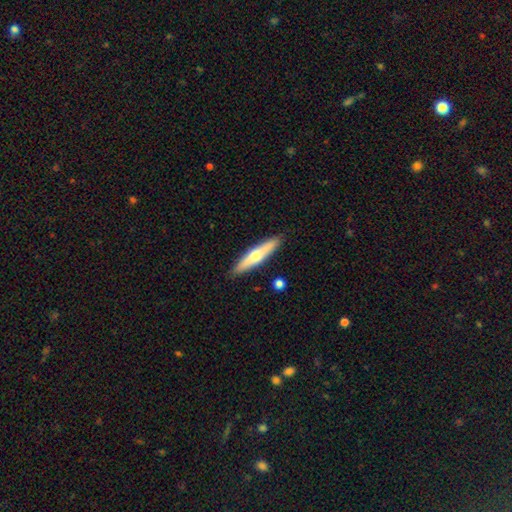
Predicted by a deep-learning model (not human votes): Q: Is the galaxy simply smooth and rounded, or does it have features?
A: smooth — 49%.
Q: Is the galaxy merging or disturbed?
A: none — 89%.